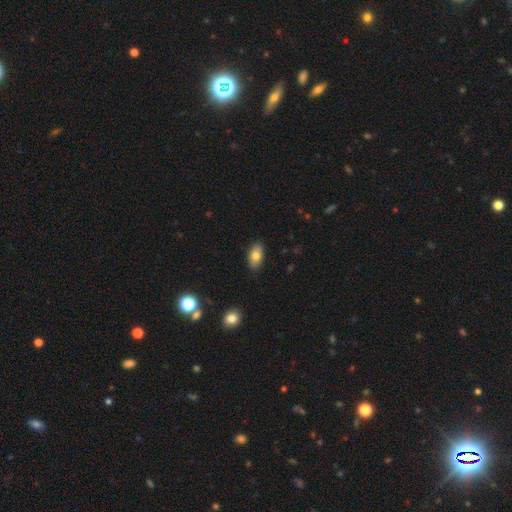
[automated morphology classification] smooth_or_featured: smooth (p=0.77) [alt: featured or disk p=0.15]
how_rounded: in between (p=0.91) [alt: round p=0.05]
merging: none (p=0.86) [alt: minor disturbance p=0.11]